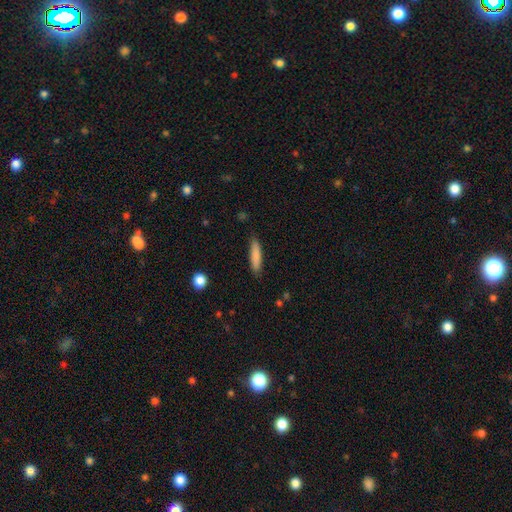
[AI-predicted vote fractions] Q: Smooth or featured?
A: smooth (83%); runner-up: featured or disk (11%)
Q: How rounded?
A: cigar-shaped (80%); runner-up: in between (19%)
Q: Merging?
A: none (85%); runner-up: minor disturbance (12%)